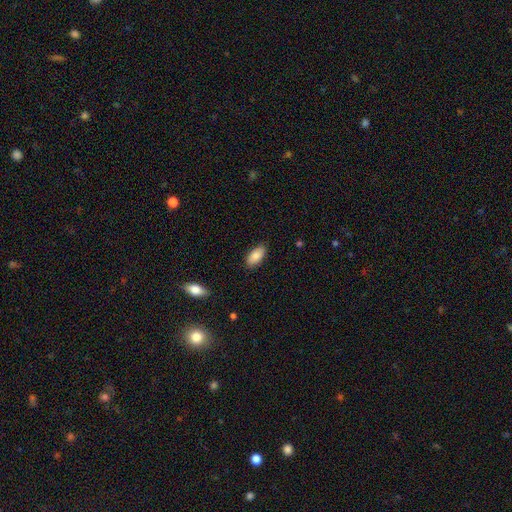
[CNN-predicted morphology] This is clearly a smooth galaxy (84%). How rounded: clearly in between (91%). Merging: clearly none (86%).